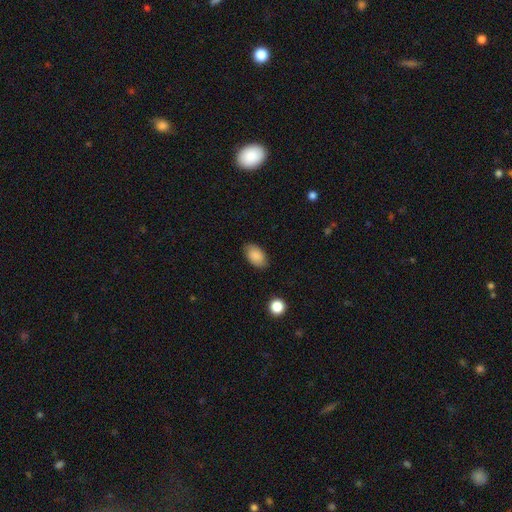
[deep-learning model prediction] Smooth or featured?
  - smooth: 84% *
  - featured or disk: 8%
  - star or artifact: 8%
How rounded?
  - in between: 91% *
  - round: 7%
  - cigar-shaped: 1%
Merging?
  - none: 82% *
  - minor disturbance: 14%
  - major disturbance: 3%
  - merger: 1%